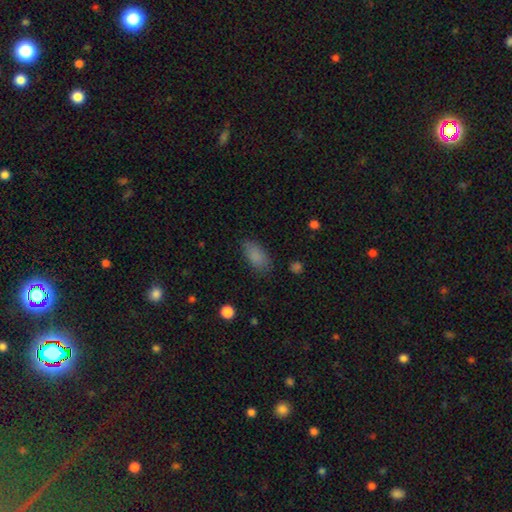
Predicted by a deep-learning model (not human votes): The model was most divided on "merging": none: 78%, minor disturbance: 17%, major disturbance: 5%, merger: 1%. More confident: how rounded — in between (90%); smooth or featured — smooth (85%).